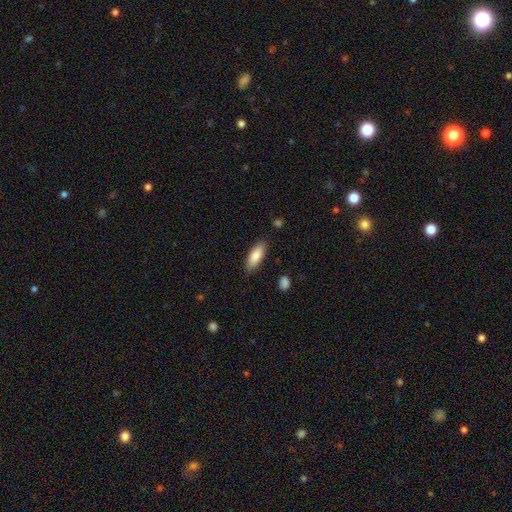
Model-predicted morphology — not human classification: Q: Smooth or featured?
A: smooth (84%); runner-up: featured or disk (11%)
Q: How rounded?
A: in between (68%); runner-up: cigar-shaped (30%)
Q: Merging?
A: none (85%); runner-up: minor disturbance (11%)